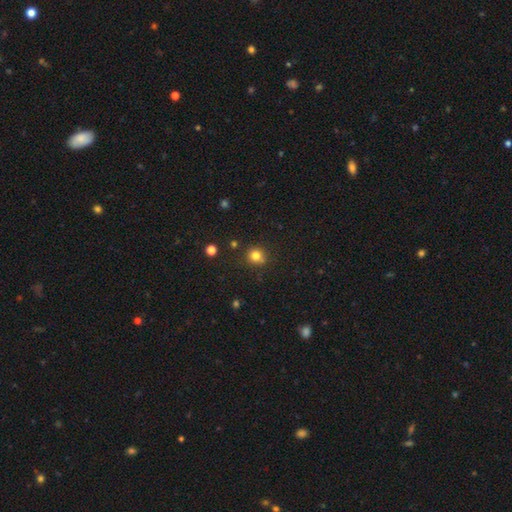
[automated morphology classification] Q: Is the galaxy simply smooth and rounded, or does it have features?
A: smooth — 79%.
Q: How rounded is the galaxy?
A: round — 87%.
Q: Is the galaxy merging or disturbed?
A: none — 79%.